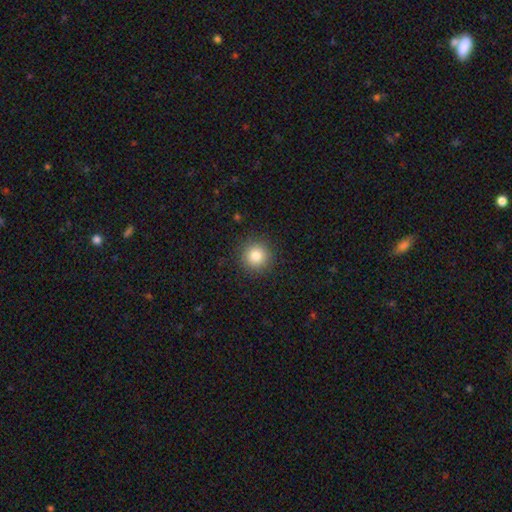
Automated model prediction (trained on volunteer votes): Smooth or featured? smooth (83%)
How rounded? round (95%)
Merging? none (91%)